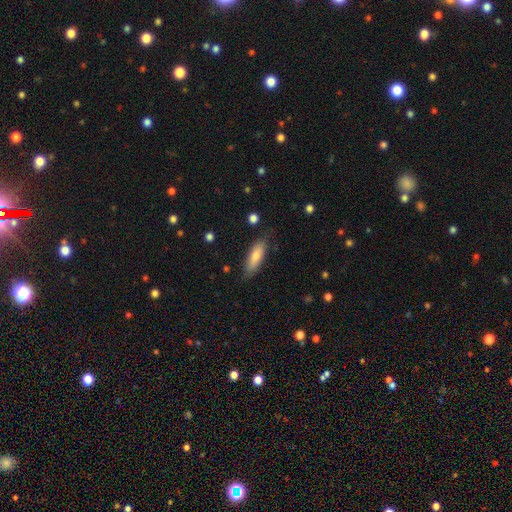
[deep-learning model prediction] smooth-or-featured: smooth: 77% | featured or disk: 17% | star or artifact: 6%
  how-rounded: cigar-shaped: 51% | in between: 47% | round: 2%
  merging: none: 79% | minor disturbance: 16% | major disturbance: 3% | merger: 2%